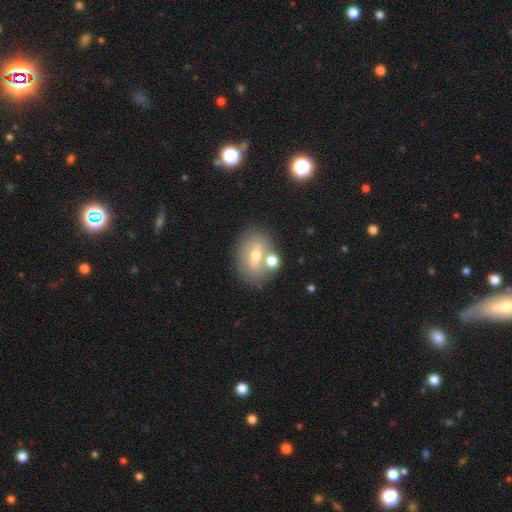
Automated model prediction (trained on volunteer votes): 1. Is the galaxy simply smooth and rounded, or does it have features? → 46% smooth, 42% featured or disk, 12% star or artifact.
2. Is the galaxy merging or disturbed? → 69% none, 14% merger, 12% minor disturbance, 4% major disturbance.